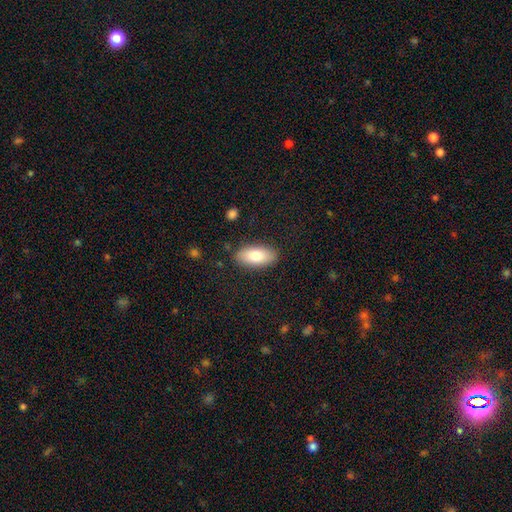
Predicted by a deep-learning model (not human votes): smooth 80%, featured or disk 14%, star or artifact 6%. Down the decision tree: how rounded — in between (89%); merging — none (86%).